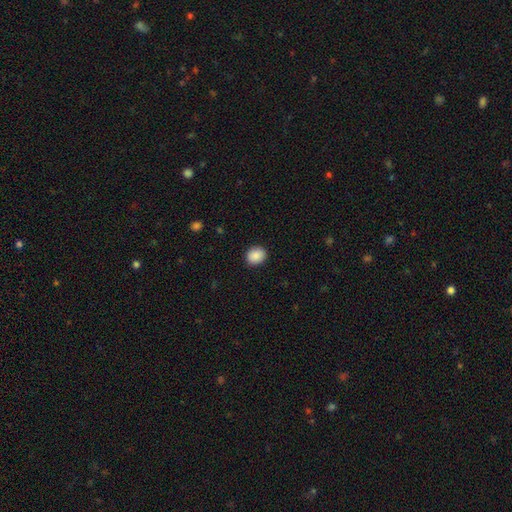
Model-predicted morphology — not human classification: smooth 89%, star or artifact 8%, featured or disk 4%. Down the decision tree: how rounded — round (62%); merging — none (90%).